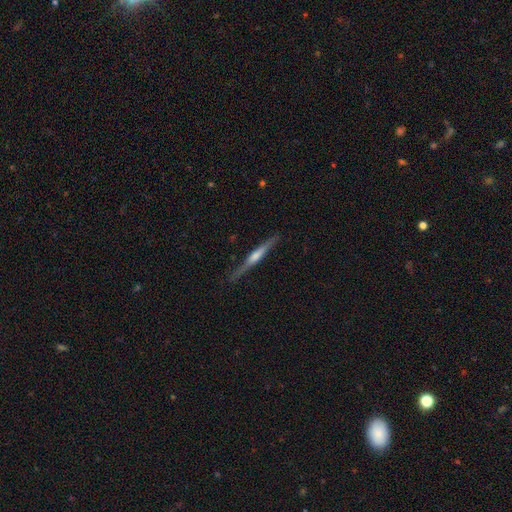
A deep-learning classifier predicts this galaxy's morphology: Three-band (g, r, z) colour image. It shows a featured or disk galaxy (75%) viewed edge-on (98%) with a rounded central bulge (70%). Merging: none (86%).